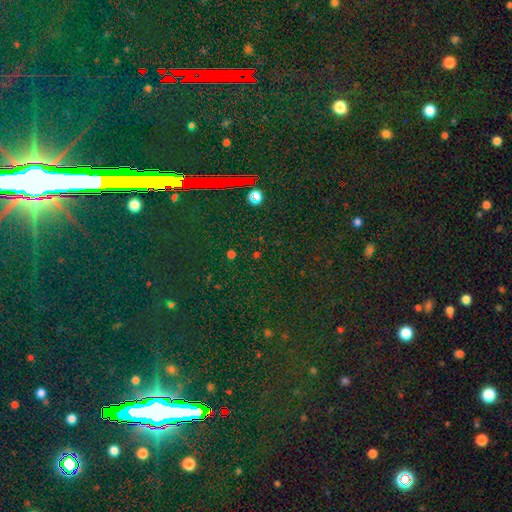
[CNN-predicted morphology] The model was most divided on "smooth or featured": star or artifact: 83%, smooth: 9%, featured or disk: 8%.